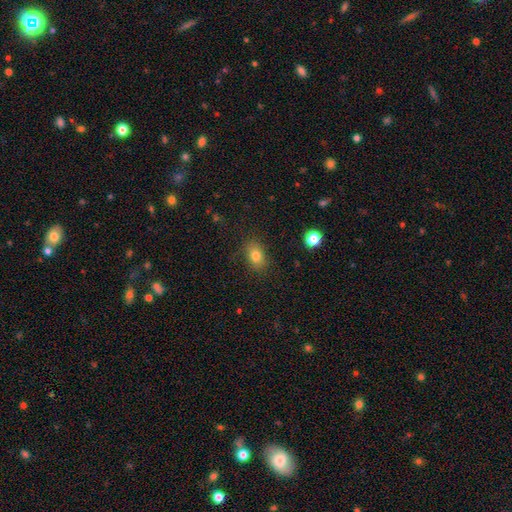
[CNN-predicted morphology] Smooth or featured?
  - smooth: 79% *
  - star or artifact: 12%
  - featured or disk: 9%
How rounded?
  - in between: 74% *
  - round: 24%
  - cigar-shaped: 2%
Merging?
  - none: 82% *
  - minor disturbance: 13%
  - major disturbance: 4%
  - merger: 1%